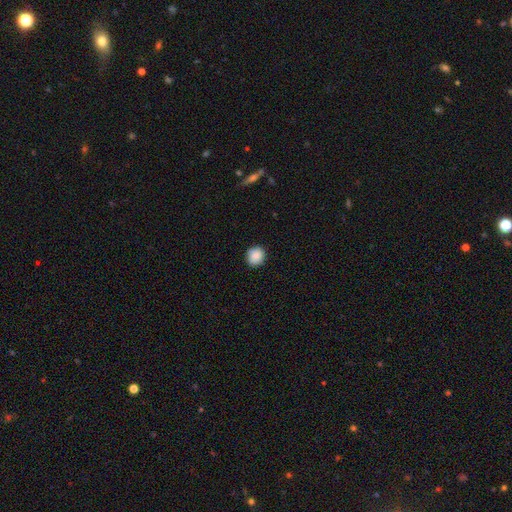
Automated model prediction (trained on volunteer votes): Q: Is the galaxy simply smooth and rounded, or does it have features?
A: smooth — 87%.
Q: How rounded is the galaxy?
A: round — 89%.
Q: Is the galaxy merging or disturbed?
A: none — 86%.